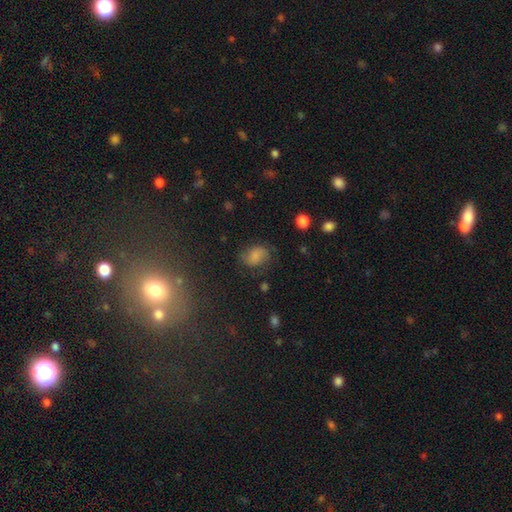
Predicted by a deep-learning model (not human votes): Morphology: type=smooth (64%); roundness=in between (65%); merging=none (64%).